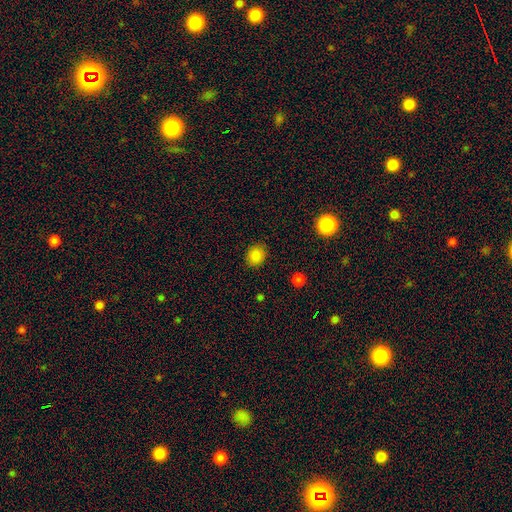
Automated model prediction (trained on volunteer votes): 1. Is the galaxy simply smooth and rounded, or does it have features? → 85% smooth, 11% star or artifact, 4% featured or disk.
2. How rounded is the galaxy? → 62% round, 37% in between, 1% cigar-shaped.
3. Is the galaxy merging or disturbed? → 88% none, 9% minor disturbance, 3% major disturbance, 1% merger.